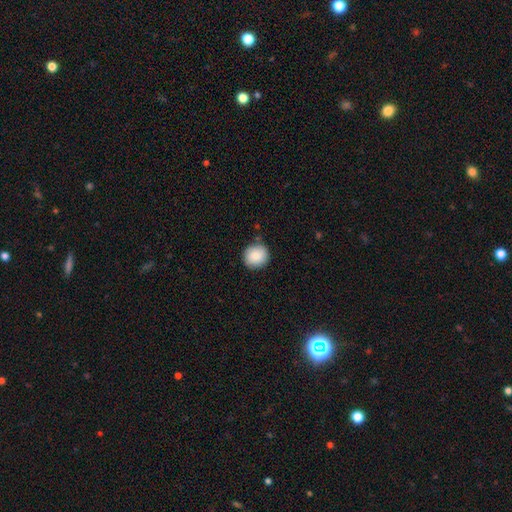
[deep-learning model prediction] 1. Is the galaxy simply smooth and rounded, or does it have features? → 88% smooth, 7% star or artifact, 5% featured or disk.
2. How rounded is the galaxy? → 87% round, 12% in between, 1% cigar-shaped.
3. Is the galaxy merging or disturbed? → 85% none, 11% minor disturbance, 2% major disturbance, 2% merger.